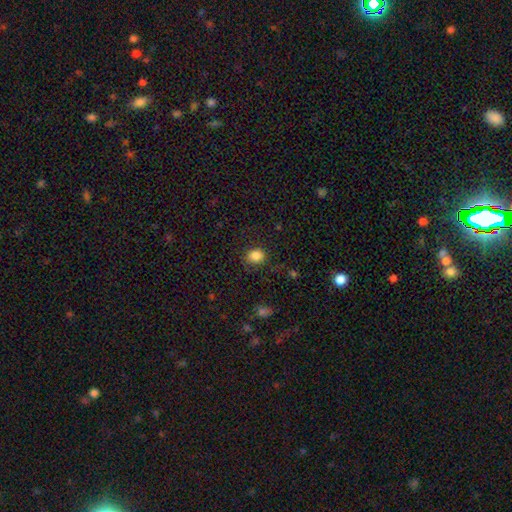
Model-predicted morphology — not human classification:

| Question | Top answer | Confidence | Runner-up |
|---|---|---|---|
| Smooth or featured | smooth | 85% | star or artifact (10%) |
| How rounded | round | 53% | in between (46%) |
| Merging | none | 81% | minor disturbance (13%) |